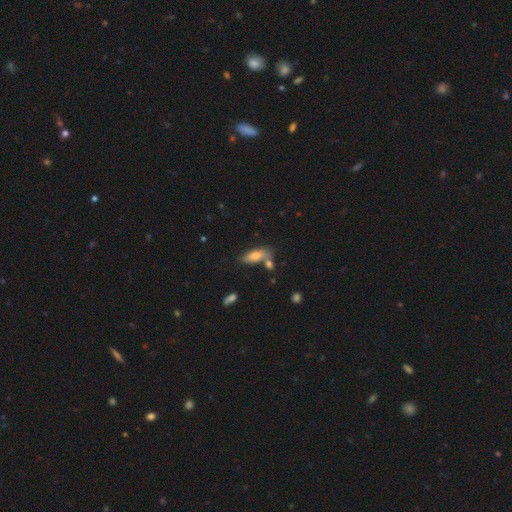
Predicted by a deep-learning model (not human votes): A smooth galaxy with no disk features (76%) that is in between round and cigar-shaped (73%).

Vote fractions:
- Smooth or featured? smooth: 76% / featured or disk: 16% / star or artifact: 8%
- How rounded? in between: 73% / cigar-shaped: 24% / round: 3%
- Merging? none: 54% / merger: 21% / minor disturbance: 19% / major disturbance: 6%